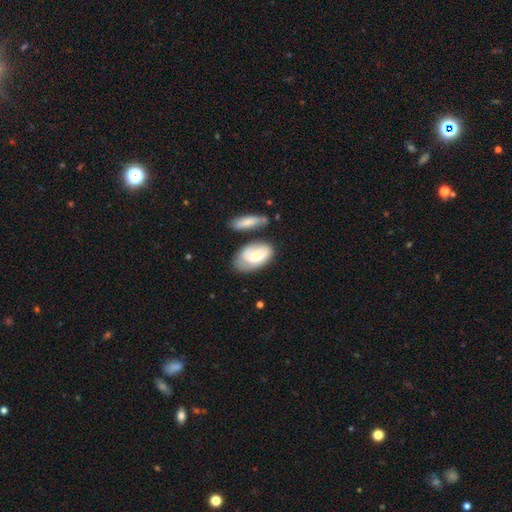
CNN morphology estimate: Smooth or featured: smooth — 58% (featured or disk — 36%)
How rounded: in between — 91% (round — 6%)
Merging: none — 45% (minor disturbance — 27%)